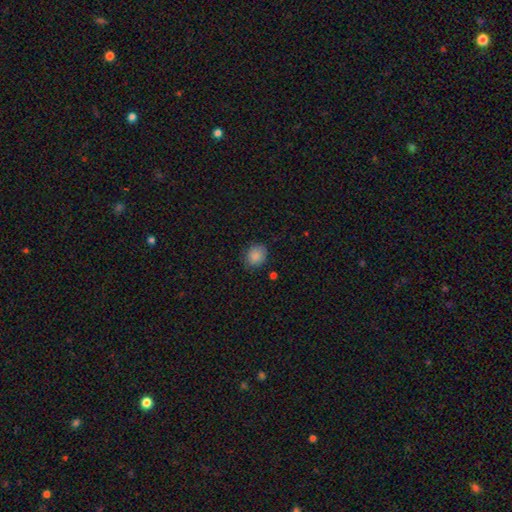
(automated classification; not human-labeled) Smooth or featured? Predicted: smooth (p=0.87). How rounded? Predicted: round (p=0.72). Merging? Predicted: none (p=0.81).